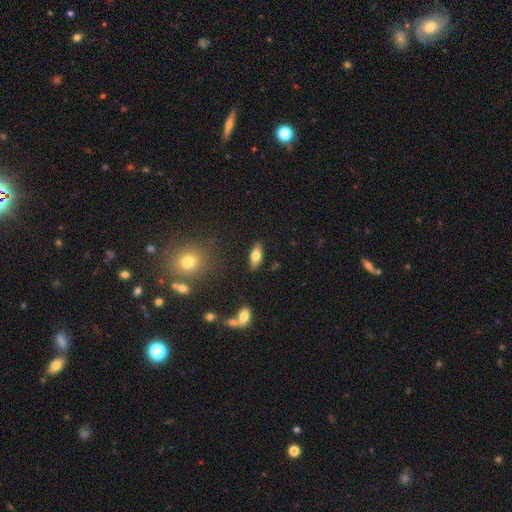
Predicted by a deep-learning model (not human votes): Overall: smooth (69%). How rounded: in between (81%). Merging: none (87%).